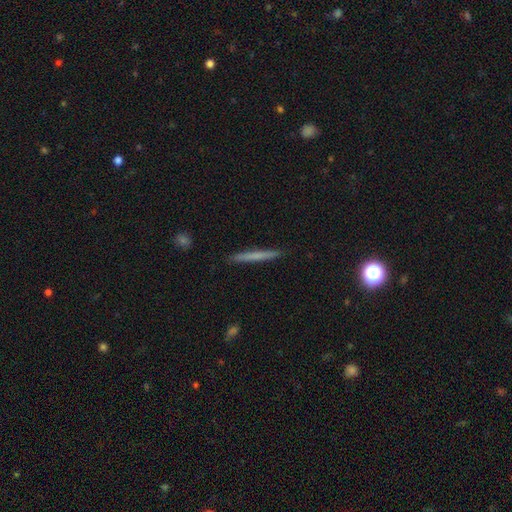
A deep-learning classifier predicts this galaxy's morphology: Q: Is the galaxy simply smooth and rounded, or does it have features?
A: smooth — 59%.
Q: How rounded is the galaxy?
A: cigar-shaped — 97%.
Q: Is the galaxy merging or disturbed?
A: none — 91%.